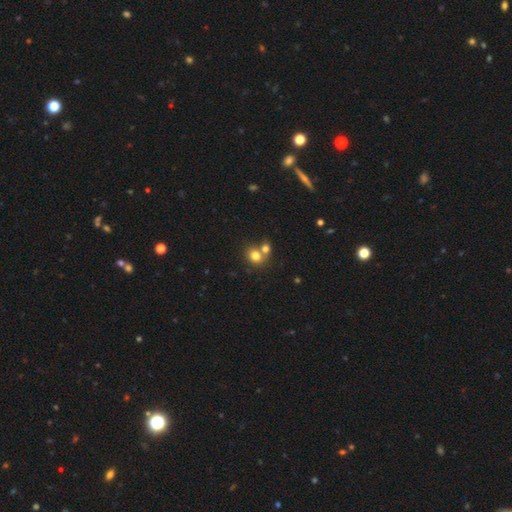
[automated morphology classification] smooth-or-featured: smooth: 78% | star or artifact: 12% | featured or disk: 10%
  how-rounded: round: 70% | in between: 29% | cigar-shaped: 1%
  merging: none: 45% (tied) | merger: 45% (tied) | minor disturbance: 7% | major disturbance: 3%